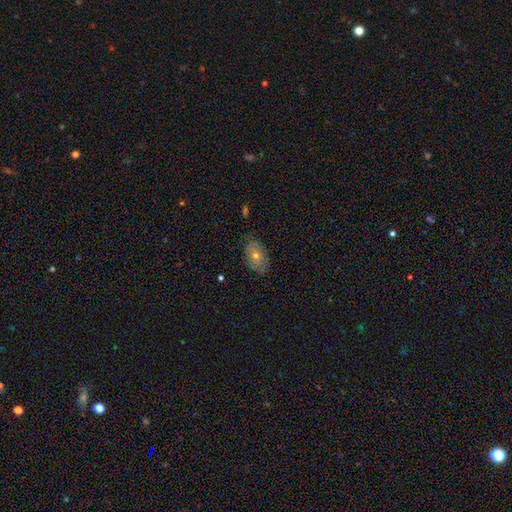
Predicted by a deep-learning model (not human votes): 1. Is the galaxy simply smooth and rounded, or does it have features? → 47% smooth, 38% featured or disk, 15% star or artifact.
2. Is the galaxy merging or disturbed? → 79% none, 16% minor disturbance, 4% major disturbance, 1% merger.